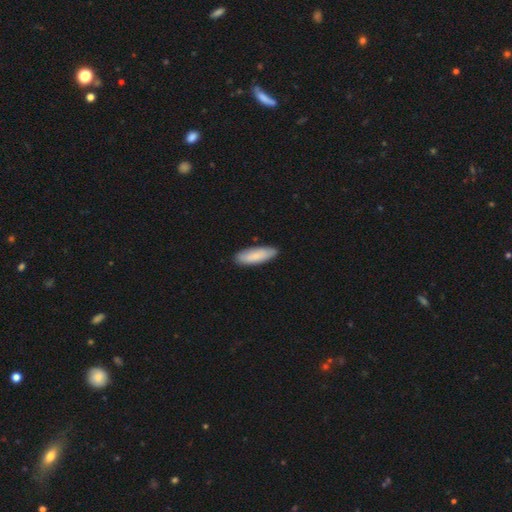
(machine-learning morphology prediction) type=smooth (85%); roundness=in between (53%); merging=none (87%).